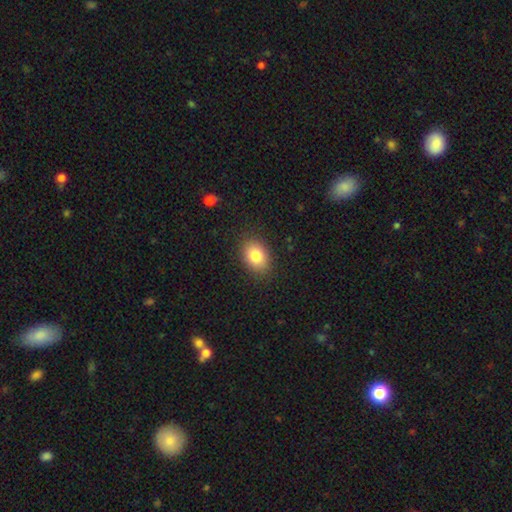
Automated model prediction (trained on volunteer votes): Q: Smooth or featured?
A: smooth (83%); runner-up: star or artifact (9%)
Q: How rounded?
A: in between (73%); runner-up: round (26%)
Q: Merging?
A: none (87%); runner-up: minor disturbance (9%)